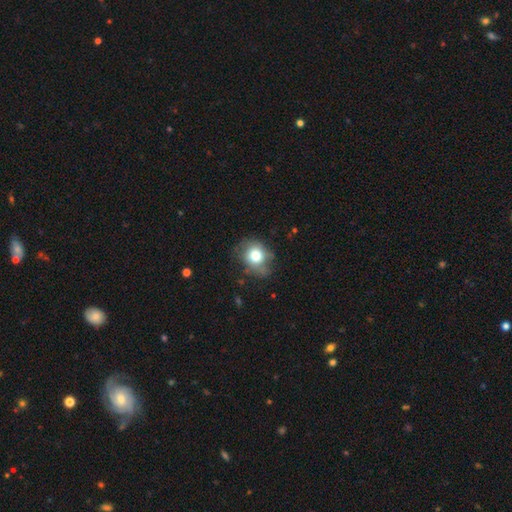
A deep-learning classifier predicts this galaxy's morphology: This is likely a smooth galaxy (72%). How rounded: likely round (68%). Merging: likely none (62%).